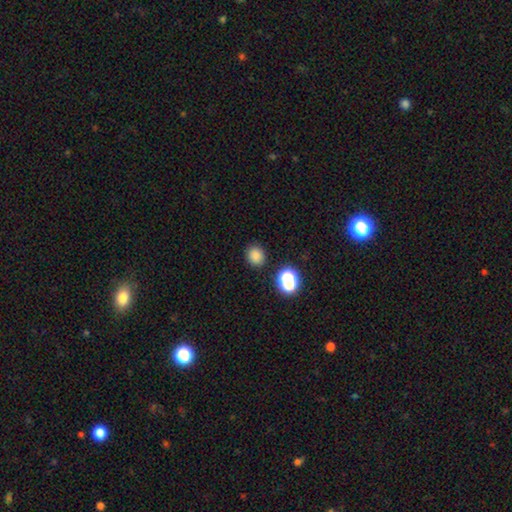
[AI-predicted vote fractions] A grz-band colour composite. It shows a smooth galaxy with no disk features (82%) that is round (78%). Merging: none (87%).